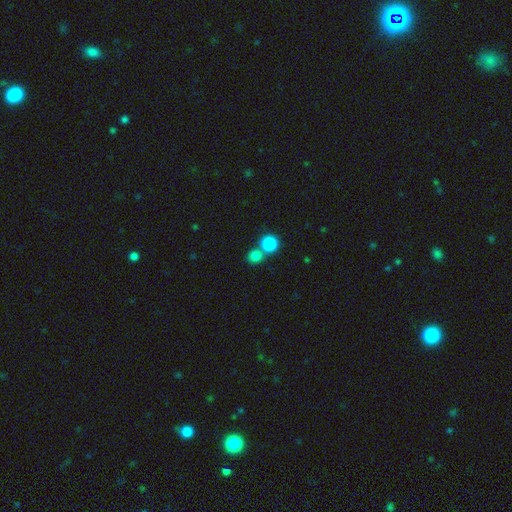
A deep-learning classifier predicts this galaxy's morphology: A smooth galaxy with no disk features (83%) that is round (86%). Merging: none (52%).